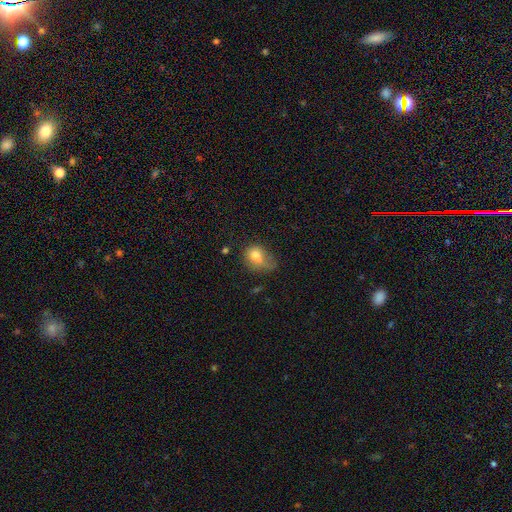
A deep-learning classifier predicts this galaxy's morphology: This appears to be a smooth galaxy with no disk features (73%) that is in between round and cigar-shaped (57%). Merging: minor disturbance (34%).